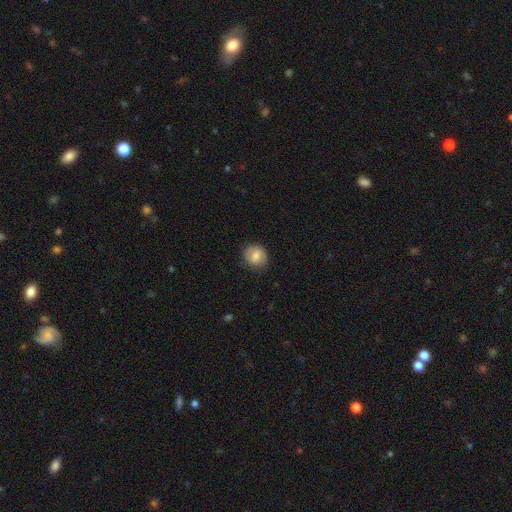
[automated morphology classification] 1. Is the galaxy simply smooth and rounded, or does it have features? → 61% smooth, 32% featured or disk, 8% star or artifact.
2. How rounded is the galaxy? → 74% round, 25% in between, 1% cigar-shaped.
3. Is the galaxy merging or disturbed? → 80% none, 14% minor disturbance, 4% major disturbance, 1% merger.